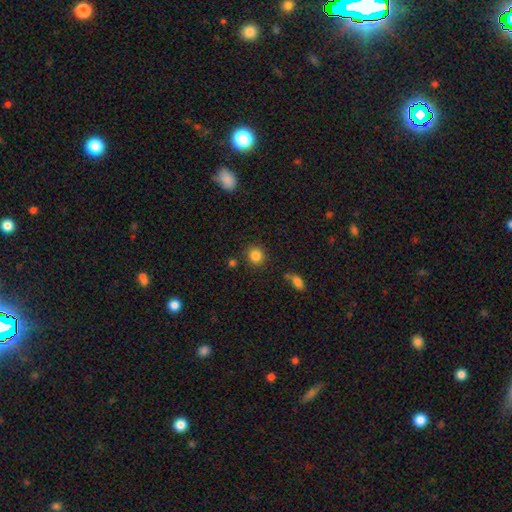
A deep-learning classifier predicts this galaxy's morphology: smooth-or-featured: smooth: 85% | star or artifact: 11% | featured or disk: 5%
  how-rounded: round: 90% | in between: 9% | cigar-shaped: 1%
  merging: none: 86% | minor disturbance: 8% | merger: 4% | major disturbance: 3%